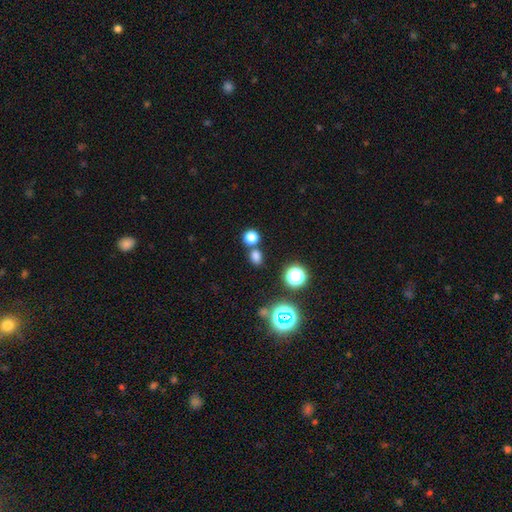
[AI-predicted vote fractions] Smooth or featured? smooth (72%)
How rounded? round (55%)
Merging? none (67%)